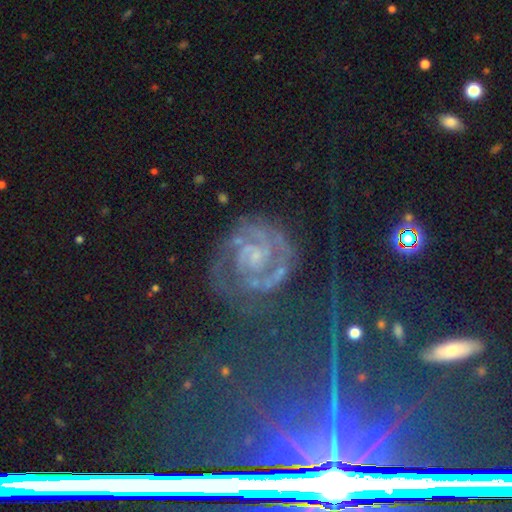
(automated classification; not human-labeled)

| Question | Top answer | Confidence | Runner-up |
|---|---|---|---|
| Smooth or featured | featured or disk | 79% | star or artifact (14%) |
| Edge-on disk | no | 98% | yes (2%) |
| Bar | no | 59% | weak (29%) |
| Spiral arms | yes | 95% | no (5%) |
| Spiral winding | tight | 67% | medium (27%) |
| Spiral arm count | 2 | 56% | can't tell (16%) |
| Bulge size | small | 68% | moderate (15%) |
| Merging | none | 70% | minor disturbance (17%) |